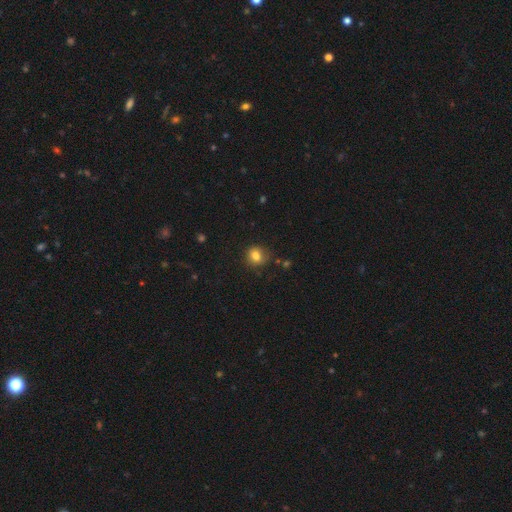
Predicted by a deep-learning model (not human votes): smooth 82%, star or artifact 11%, featured or disk 6%. Down the decision tree: how rounded — round (65%); merging — none (73%).